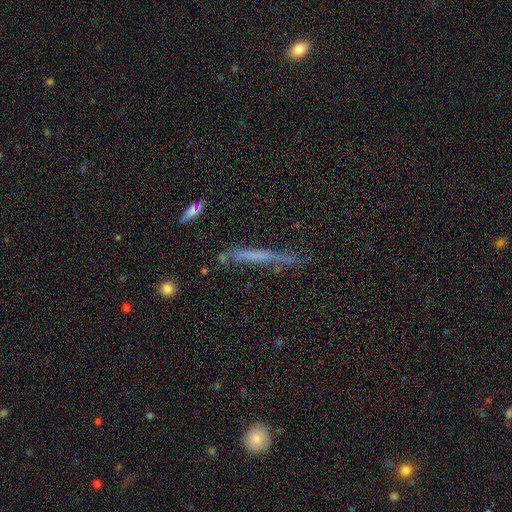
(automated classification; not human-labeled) Morphology: type=smooth (46%); merging=none (65%).